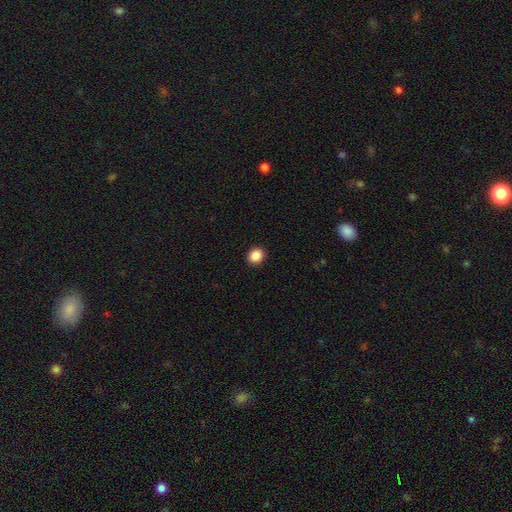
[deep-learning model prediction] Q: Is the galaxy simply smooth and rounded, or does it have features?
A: smooth — 88%.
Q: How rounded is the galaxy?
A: round — 80%.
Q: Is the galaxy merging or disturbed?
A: none — 93%.